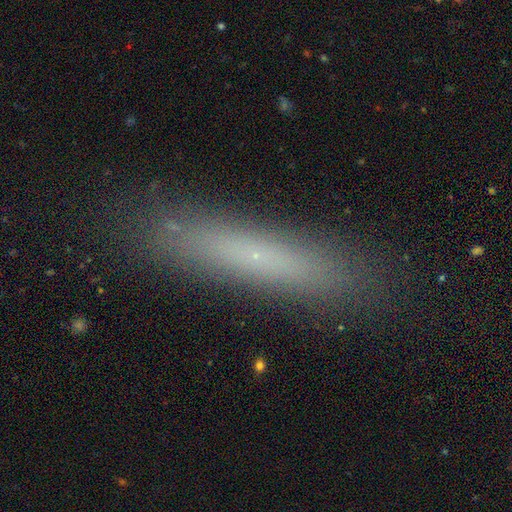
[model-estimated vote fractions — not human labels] This appears to be a smooth galaxy with no disk features (58%) that is cigar-shaped (91%). Merging: none (89%).